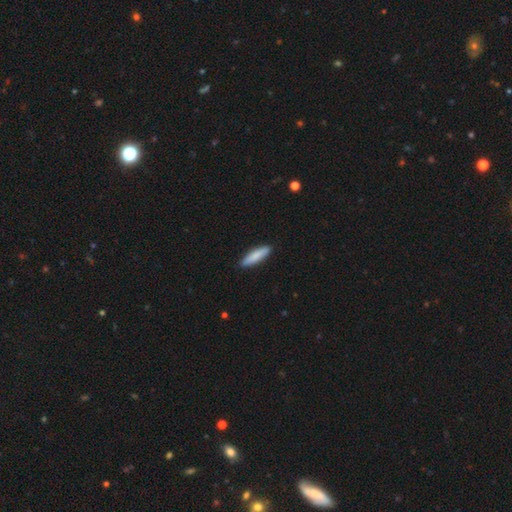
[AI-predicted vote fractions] This appears to be a smooth galaxy with no disk features (84%) that is cigar-shaped (77%). Merging: none (91%).